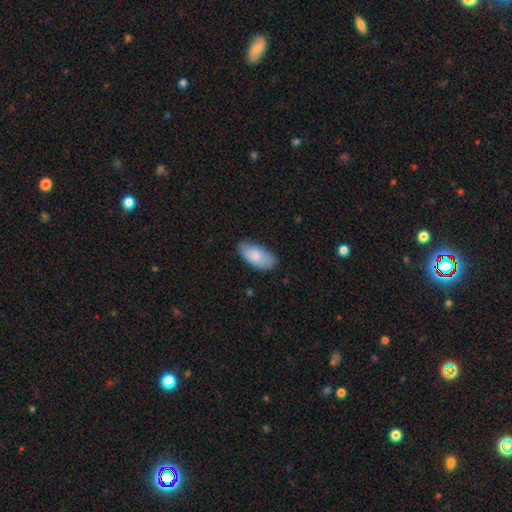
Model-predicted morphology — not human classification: A smooth galaxy with no disk features (81%) that is in between round and cigar-shaped (94%). Merging: none (73%).